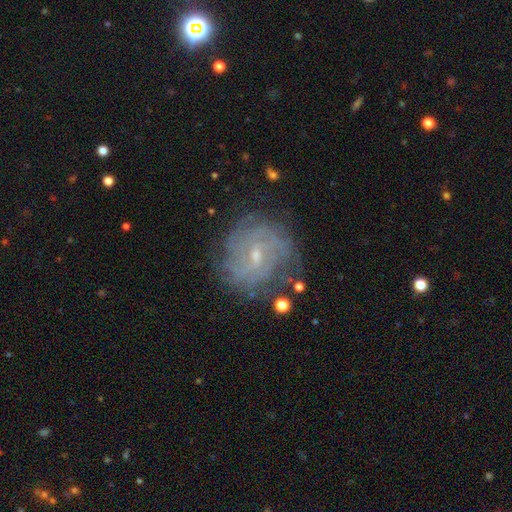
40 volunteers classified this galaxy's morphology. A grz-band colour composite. It shows a featured or disk galaxy (100%) with a weak bar (55%), tight (82%) spiral arms (98%) and a small central bulge (60%). Merging: none (80%).